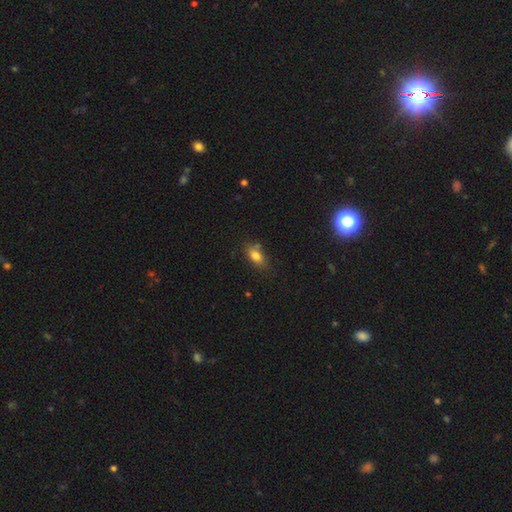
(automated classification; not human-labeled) The model was most divided on "merging": none: 69%, minor disturbance: 18%, merger: 8%, major disturbance: 4%. More confident: how rounded — in between (83%); smooth or featured — smooth (80%).